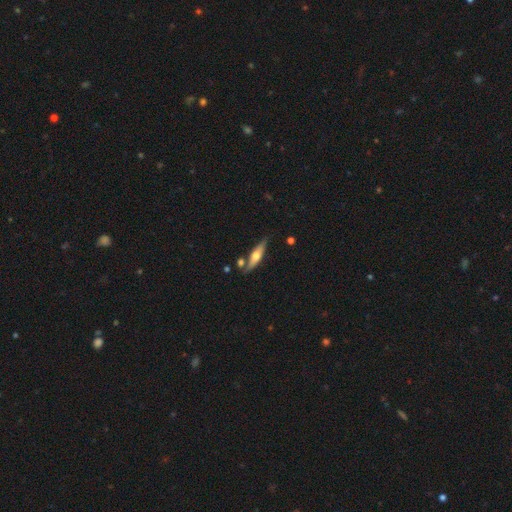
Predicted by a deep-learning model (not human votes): featured or disk 58%, smooth 36%, star or artifact 6%. Down the decision tree: edge-on disk — yes (90%); edge-on bulge — rounded (92%); merging — none (74%).